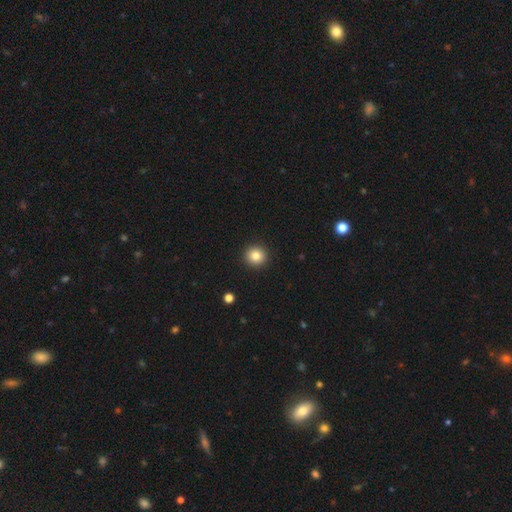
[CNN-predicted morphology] Smooth or featured? smooth (83%)
How rounded? round (94%)
Merging? none (93%)